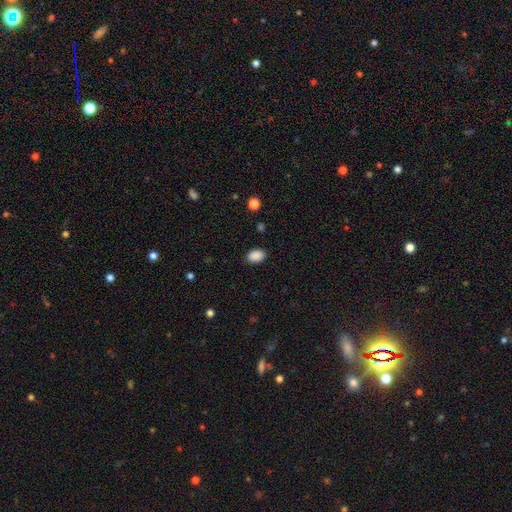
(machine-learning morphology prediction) Smooth or featured? smooth (89%)
How rounded? in between (84%)
Merging? none (87%)